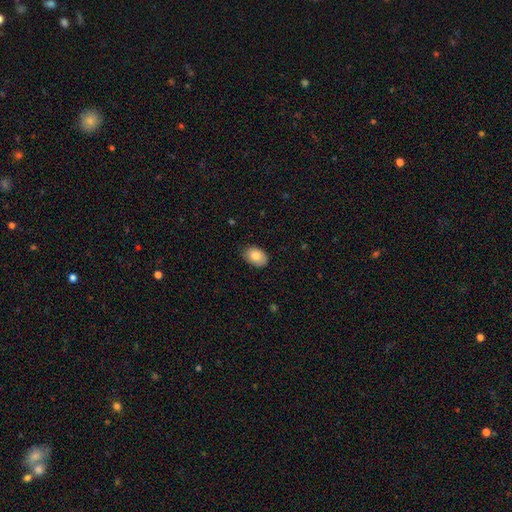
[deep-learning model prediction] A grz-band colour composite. It shows a smooth galaxy with no disk features (83%) that is in between round and cigar-shaped (82%). Merging: none (80%).